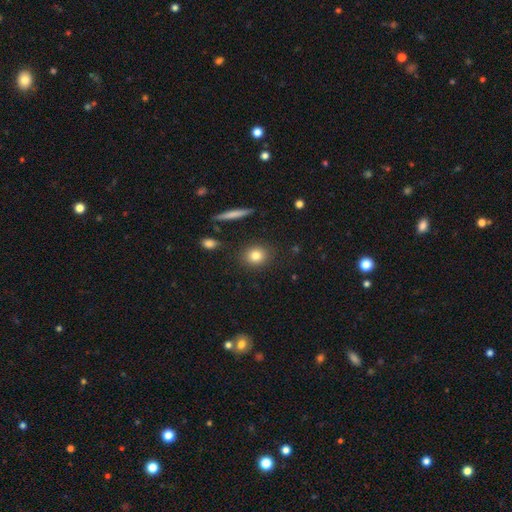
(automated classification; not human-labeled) A smooth galaxy with no disk features (81%) that is round (71%).

Vote fractions:
- Smooth or featured? smooth: 81% / featured or disk: 9% / star or artifact: 9%
- How rounded? round: 71% / in between: 26% / cigar-shaped: 3%
- Merging? none: 88% / minor disturbance: 7% / major disturbance: 3% / merger: 2%